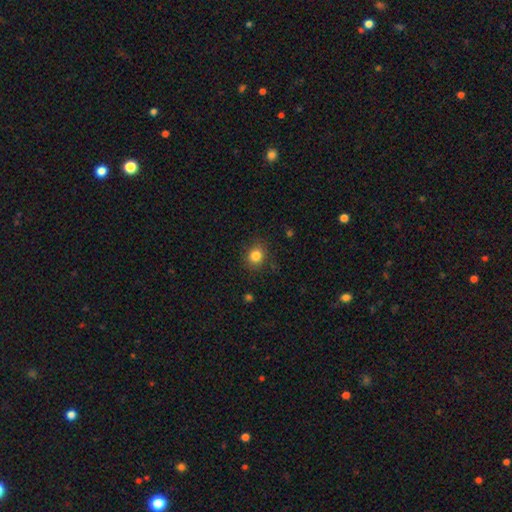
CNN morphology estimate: Smooth or featured?
  - smooth: 83% *
  - star or artifact: 11%
  - featured or disk: 5%
How rounded?
  - round: 78% *
  - in between: 21%
  - cigar-shaped: 1%
Merging?
  - none: 85% *
  - minor disturbance: 10%
  - major disturbance: 3%
  - merger: 1%